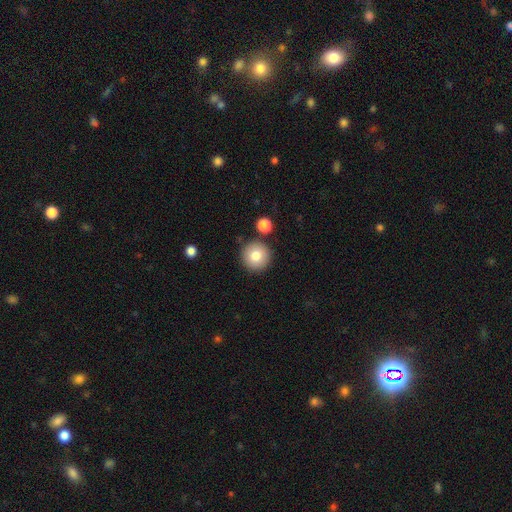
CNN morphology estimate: This appears to be a smooth galaxy with no disk features (81%) that is round (96%). Merging: none (86%).